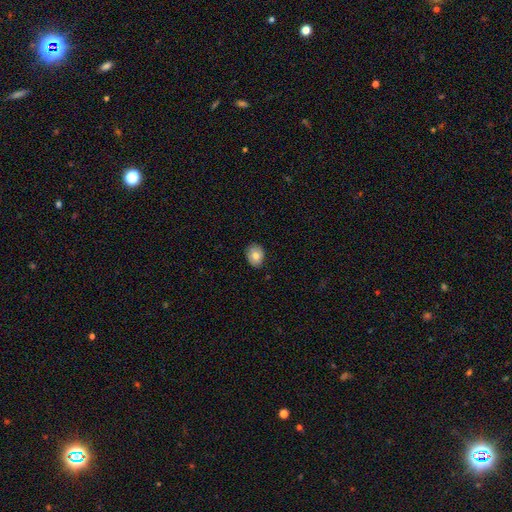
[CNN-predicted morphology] Overall: smooth (76%). How rounded: in between (51%; round 48%). Merging: none (84%).